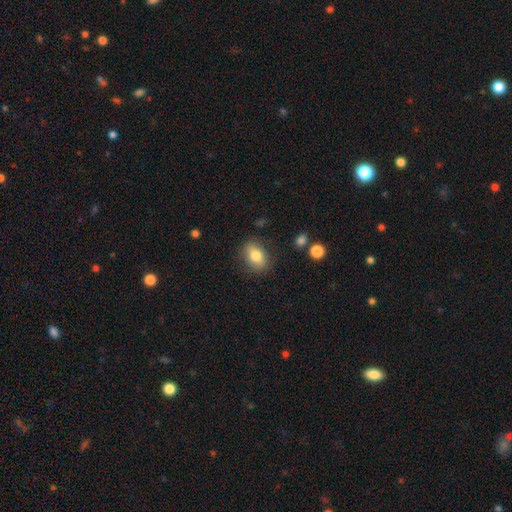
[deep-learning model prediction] Smooth or featured: smooth — 80% (featured or disk — 12%)
How rounded: in between — 76% (round — 23%)
Merging: none — 81% (minor disturbance — 14%)